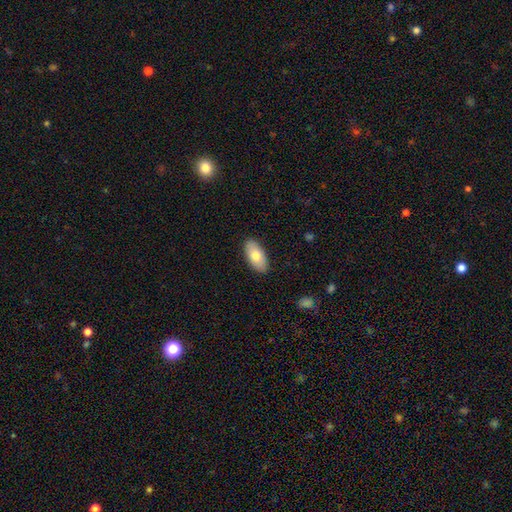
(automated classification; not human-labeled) A smooth galaxy with no disk features (75%) that is in between round and cigar-shaped (93%). Merging: none (88%).